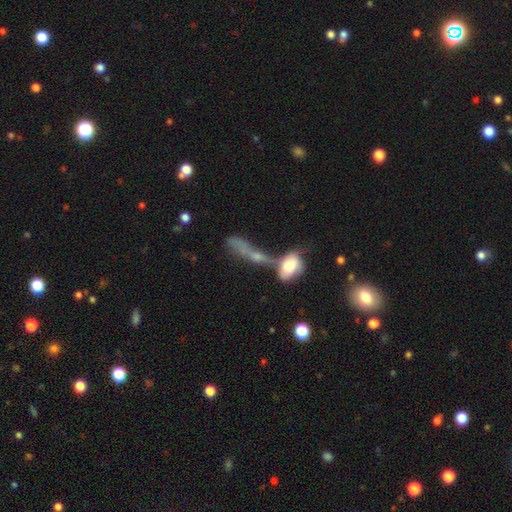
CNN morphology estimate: Smooth or featured?
  - smooth: 52% *
  - featured or disk: 34%
  - star or artifact: 14%
How rounded?
  - in between: 48% *
  - cigar-shaped: 41%
  - round: 11%
Merging?
  - merger: 50% *
  - none: 22%
  - major disturbance: 16%
  - minor disturbance: 12%